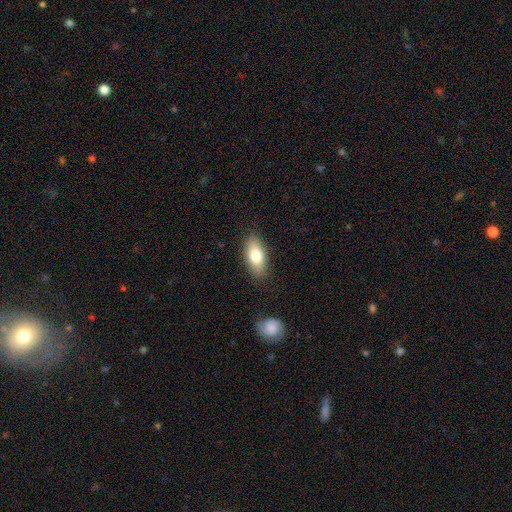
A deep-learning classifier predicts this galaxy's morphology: smooth 77%, featured or disk 17%, star or artifact 7%. Down the decision tree: how rounded — in between (85%); merging — none (84%).